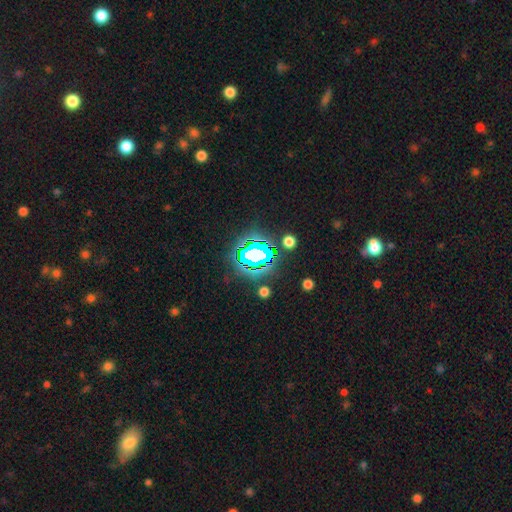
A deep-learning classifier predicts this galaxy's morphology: smooth-or-featured: star or artifact: 67% | smooth: 19% | featured or disk: 14%